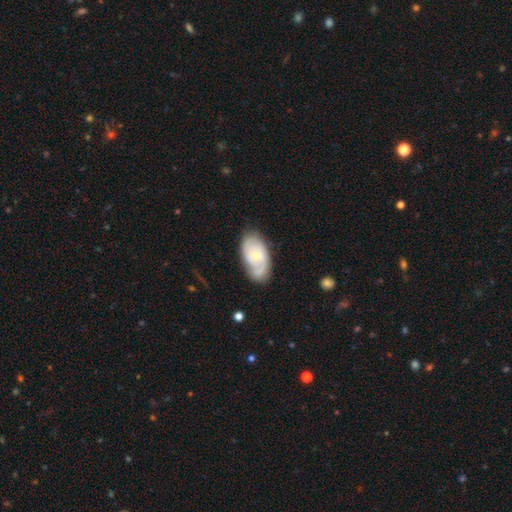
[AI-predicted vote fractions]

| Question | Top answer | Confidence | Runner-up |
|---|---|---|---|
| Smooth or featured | featured or disk | 62% | smooth (32%) |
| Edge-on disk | no | 94% | yes (6%) |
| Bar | no | 55% | weak (38%) |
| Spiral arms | yes | 81% | no (19%) |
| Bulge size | small | 59% | moderate (37%) |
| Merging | none | 67% | minor disturbance (24%) |